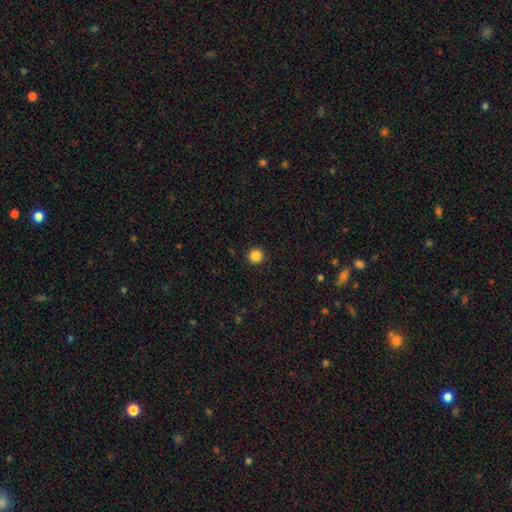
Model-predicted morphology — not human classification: smooth 86%, star or artifact 11%, featured or disk 3%. Down the decision tree: how rounded — round (96%); merging — none (93%).